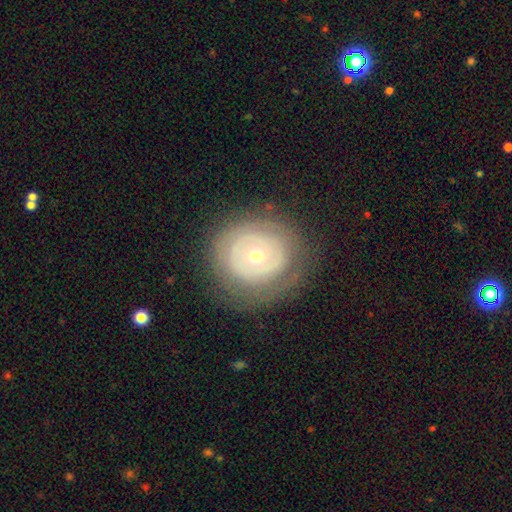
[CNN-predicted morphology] type=featured or disk (60%); edge-on=no (96%); bar=no (87%); spiral arms=no (76%); bulge=small (50%); merging=none (77%).